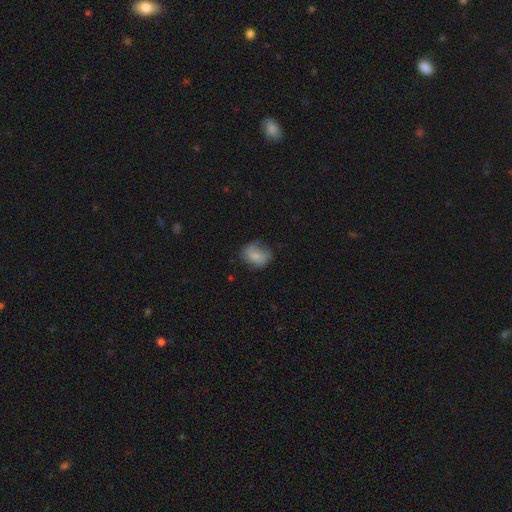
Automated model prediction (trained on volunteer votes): Smooth or featured?
  - smooth: 72% *
  - featured or disk: 20%
  - star or artifact: 9%
How rounded?
  - in between: 58% *
  - round: 41%
  - cigar-shaped: 1%
Merging?
  - none: 55% *
  - minor disturbance: 31%
  - major disturbance: 13%
  - merger: 2%